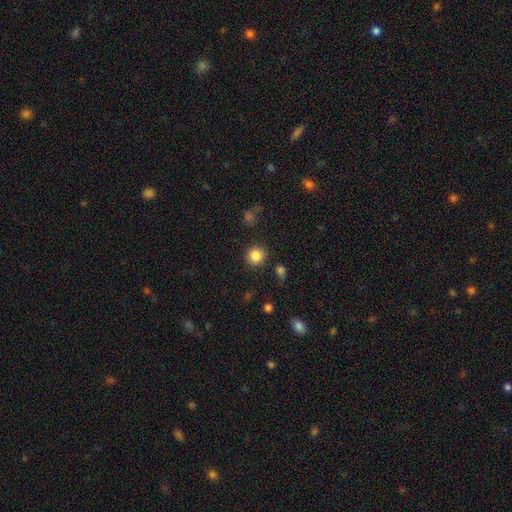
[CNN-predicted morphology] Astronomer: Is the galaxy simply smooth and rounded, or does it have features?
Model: smooth — 85%.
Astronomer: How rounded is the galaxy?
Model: round — 93%.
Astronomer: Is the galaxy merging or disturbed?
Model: none — 88%.